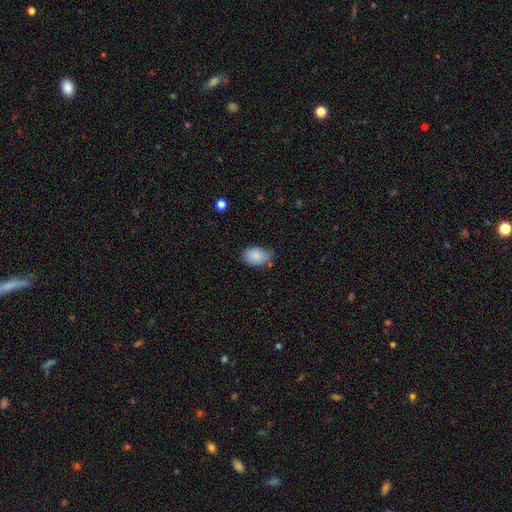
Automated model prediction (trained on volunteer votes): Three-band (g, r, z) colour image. It shows a smooth galaxy with no disk features (85%) that is in between round and cigar-shaped (81%). Merging: none (64%).